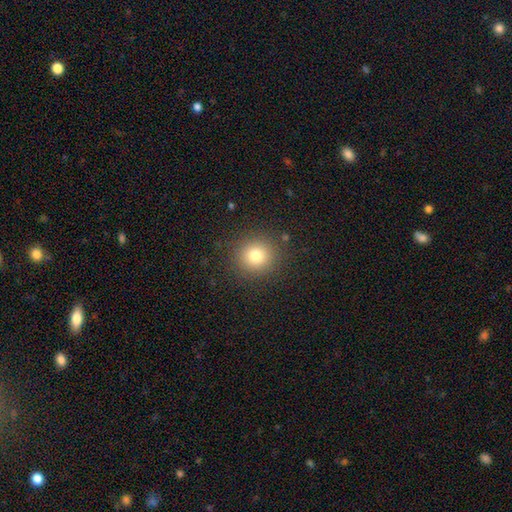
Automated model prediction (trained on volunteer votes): Smooth or featured? Predicted: smooth (p=0.78). How rounded? Predicted: round (p=0.92). Merging? Predicted: none (p=0.89).